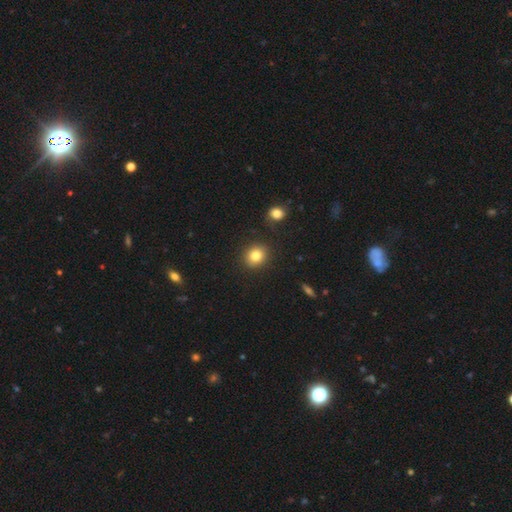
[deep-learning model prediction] smooth-or-featured: smooth: 83% | star or artifact: 10% | featured or disk: 7%
  how-rounded: round: 74% | in between: 26% | cigar-shaped: 1%
  merging: none: 87% | minor disturbance: 8% | merger: 3% | major disturbance: 2%